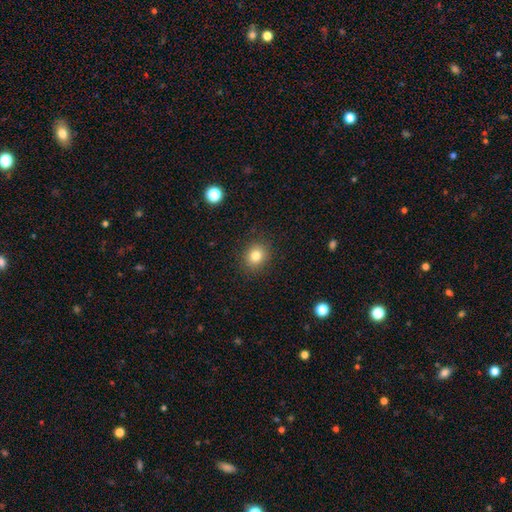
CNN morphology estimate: Smooth or featured? smooth (81%)
How rounded? round (76%)
Merging? none (89%)